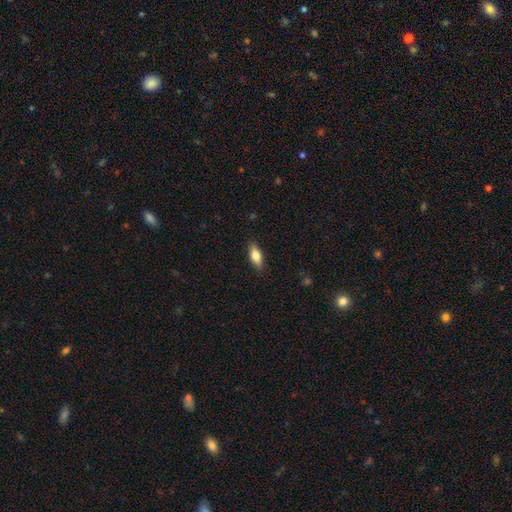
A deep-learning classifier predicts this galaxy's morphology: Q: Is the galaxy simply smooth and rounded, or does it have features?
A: smooth — 78%.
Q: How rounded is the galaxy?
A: in between — 76%.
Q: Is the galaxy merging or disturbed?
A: none — 87%.